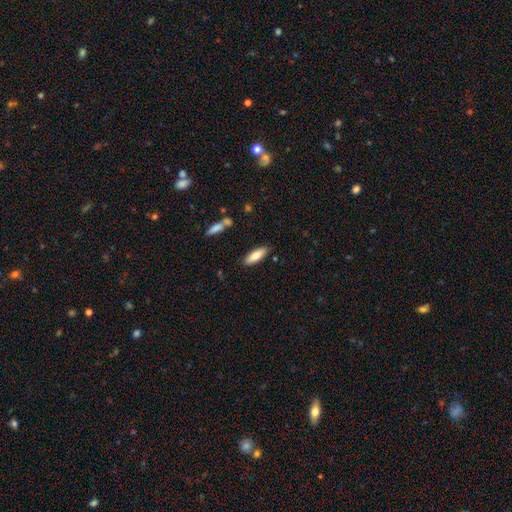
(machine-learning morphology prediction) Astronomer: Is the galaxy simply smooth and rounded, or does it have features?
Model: smooth — 80%.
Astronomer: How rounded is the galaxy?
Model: in between — 59% (runner-up: cigar-shaped, 40%).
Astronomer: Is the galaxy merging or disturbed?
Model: none — 85%.